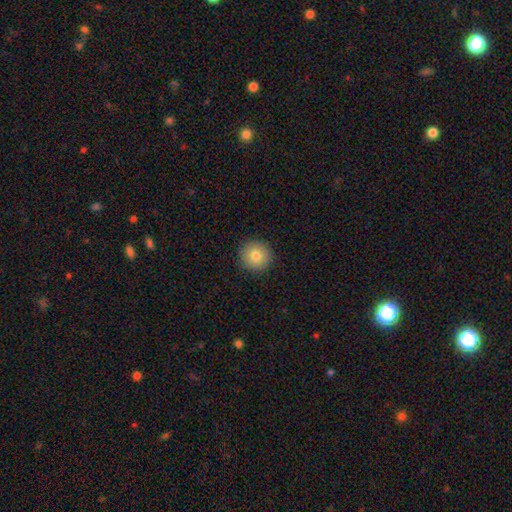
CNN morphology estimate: A smooth galaxy with no disk features (80%) that is round (94%).

Vote fractions:
- Smooth or featured? smooth: 80% / featured or disk: 11% / star or artifact: 9%
- How rounded? round: 94% / in between: 5% / cigar-shaped: 1%
- Merging? none: 91% / minor disturbance: 6% / major disturbance: 2% / merger: 1%